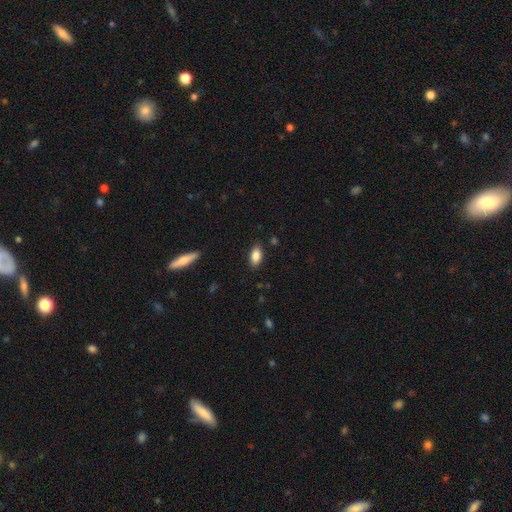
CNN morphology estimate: Smooth or featured? smooth (86%)
How rounded? in between (90%)
Merging? none (85%)